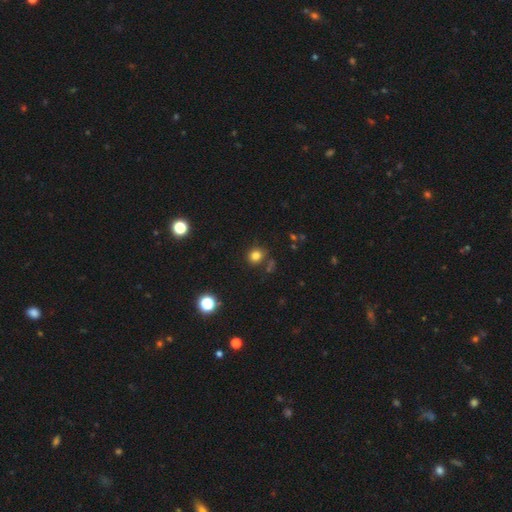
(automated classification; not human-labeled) The model was most divided on "smooth or featured": smooth: 79%, star or artifact: 15%, featured or disk: 6%. More confident: how rounded — round (82%); merging — none (79%).